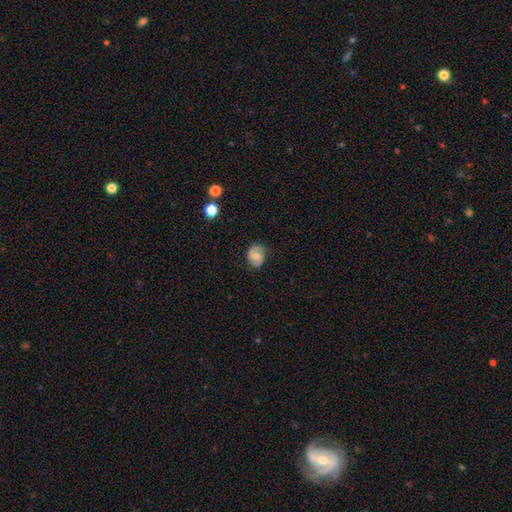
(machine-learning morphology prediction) smooth-or-featured: featured or disk: 53% | smooth: 38% | star or artifact: 9%
  disk-edge-on: no: 98% | yes: 2%
    bar: no: 47% | weak: 43% | strong: 10%
    has-spiral-arms: yes: 91% | no: 9%
    bulge-size: moderate: 35% | small: 33% | none: 22% | large: 8% | dominant: 2%
  merging: none: 67% | minor disturbance: 23% | major disturbance: 8% | merger: 2%